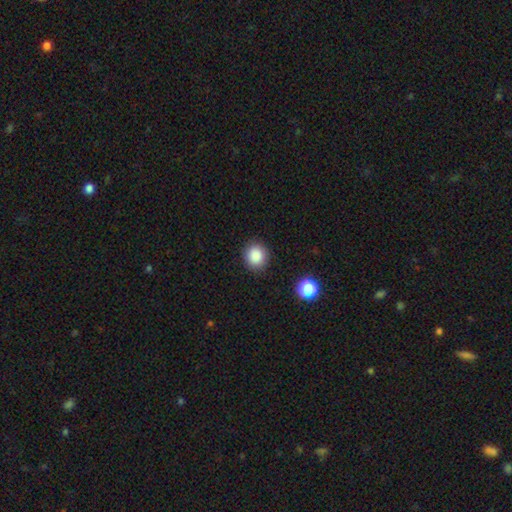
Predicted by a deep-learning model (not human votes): This appears to be a smooth galaxy with no disk features (87%) that is round (86%). Merging: none (90%).